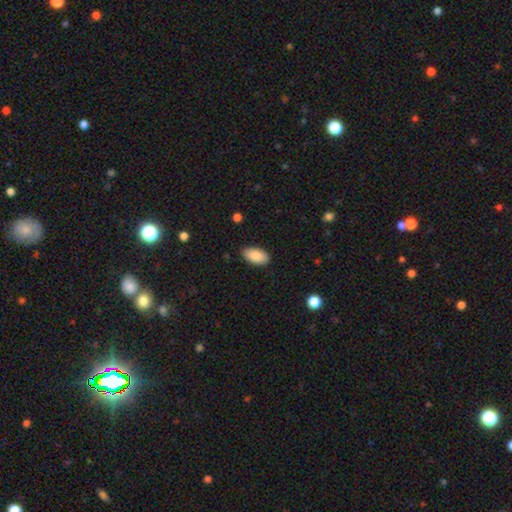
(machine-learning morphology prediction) A smooth galaxy with no disk features (89%) that is in between round and cigar-shaped (94%). Merging: none (85%).